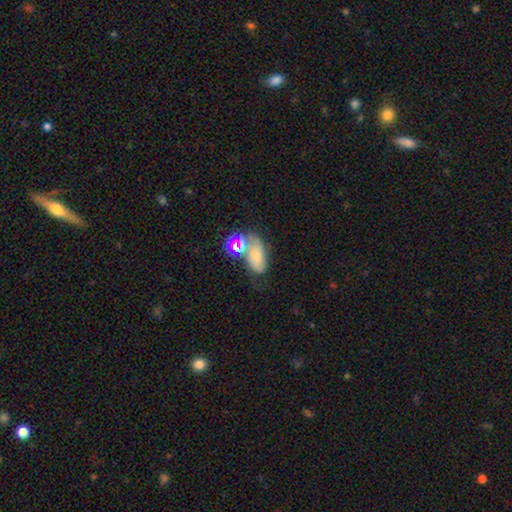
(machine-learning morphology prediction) A smooth galaxy with no disk features (55%) that is in between round and cigar-shaped (82%). Merging: none (34%).